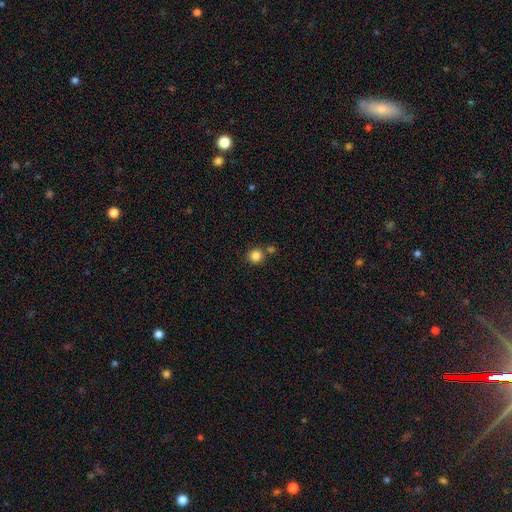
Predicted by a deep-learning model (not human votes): This is clearly a smooth galaxy (84%). How rounded: clearly round (94%). Merging: likely none (75%).